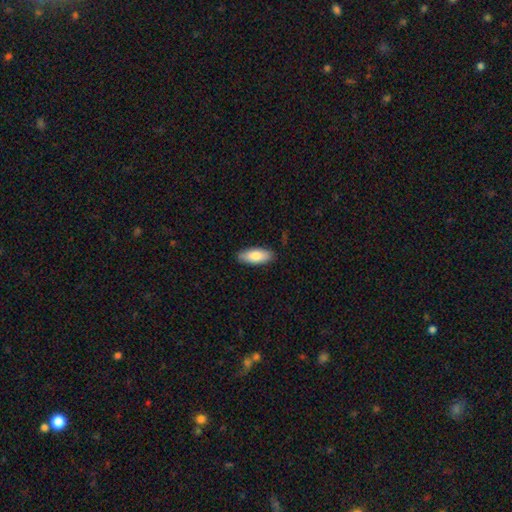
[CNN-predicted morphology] This appears to be a smooth galaxy with no disk features (81%) that is in between round and cigar-shaped (83%). Merging: none (87%).